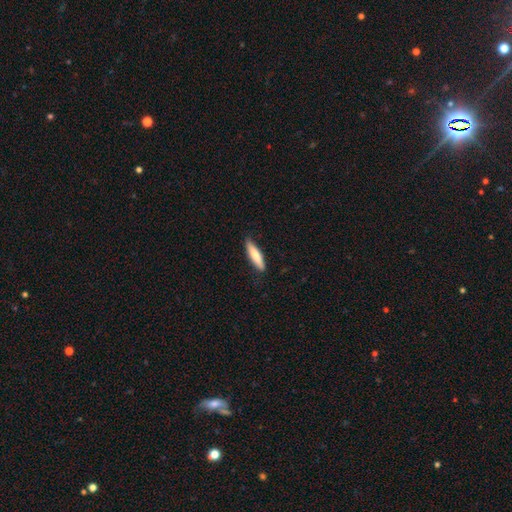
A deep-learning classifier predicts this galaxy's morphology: This is likely a smooth galaxy (79%). How rounded: likely cigar-shaped (76%). Merging: clearly none (83%).